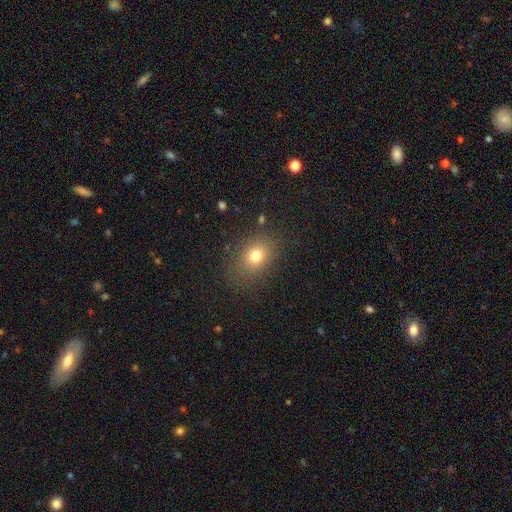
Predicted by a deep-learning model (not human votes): smooth-or-featured: smooth: 75% | star or artifact: 14% | featured or disk: 11%
  how-rounded: in between: 57% | round: 42% | cigar-shaped: 1%
  merging: none: 80% | minor disturbance: 13% | major disturbance: 6% | merger: 2%